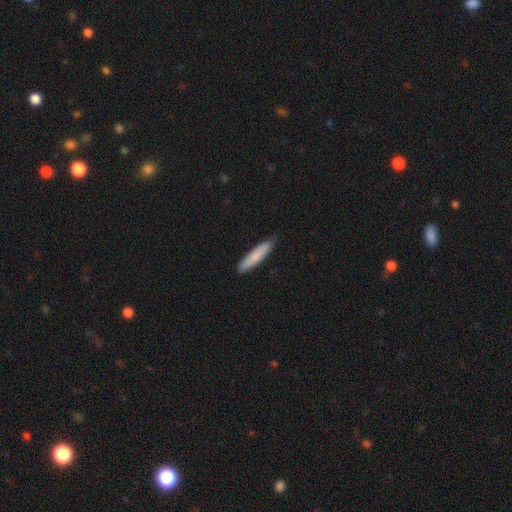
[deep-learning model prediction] This is clearly a smooth galaxy (81%). How rounded: clearly cigar-shaped (86%). Merging: clearly none (84%).